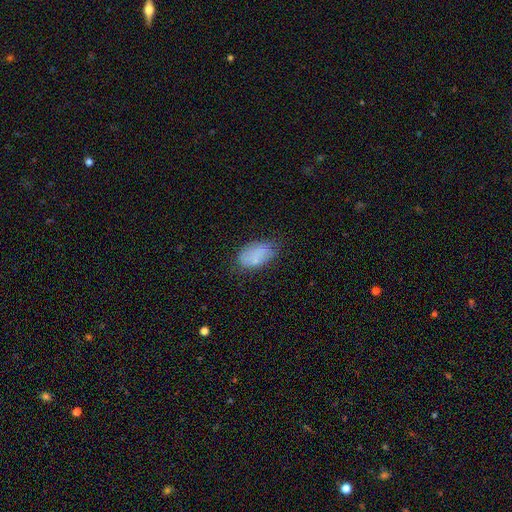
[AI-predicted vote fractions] Smooth or featured?
  - smooth: 76% *
  - featured or disk: 15%
  - star or artifact: 9%
How rounded?
  - in between: 93% *
  - round: 5%
  - cigar-shaped: 2%
Merging?
  - none: 61% *
  - minor disturbance: 28%
  - major disturbance: 8%
  - merger: 3%